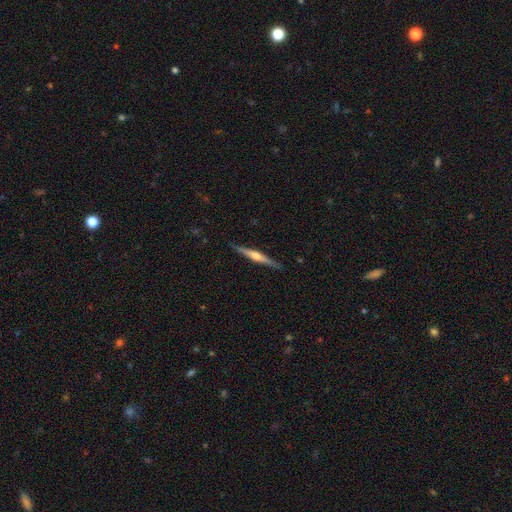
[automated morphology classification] featured or disk 68%, smooth 26%, star or artifact 5%. Down the decision tree: edge-on disk — yes (98%); edge-on bulge — rounded (80%); merging — none (89%).